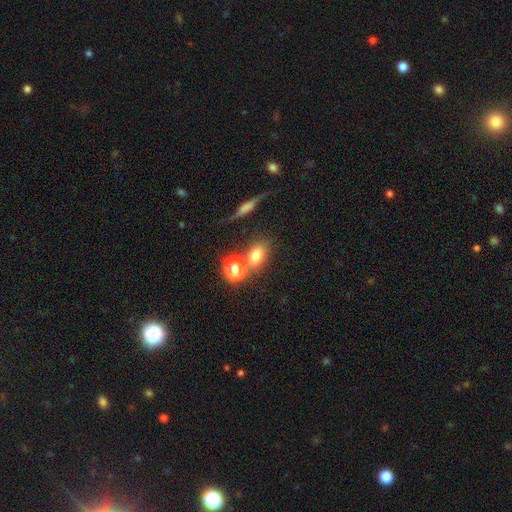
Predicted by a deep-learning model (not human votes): smooth_or_featured: smooth (p=0.72) [alt: star or artifact p=0.16]
how_rounded: in between (p=0.63) [alt: round p=0.34]
merging: none (p=0.64) [alt: merger p=0.18]